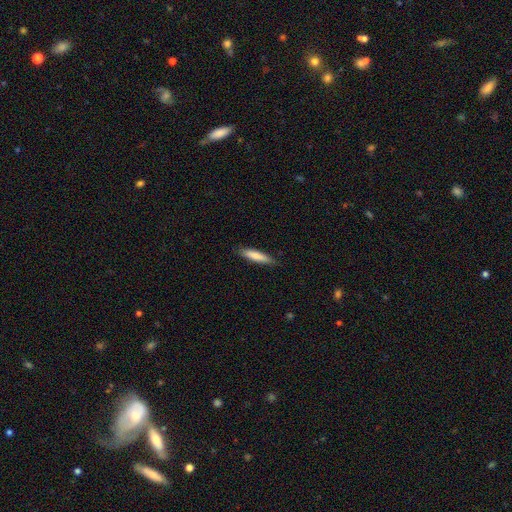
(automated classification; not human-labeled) A smooth galaxy with no disk features (79%) that is cigar-shaped (80%). Merging: none (86%).